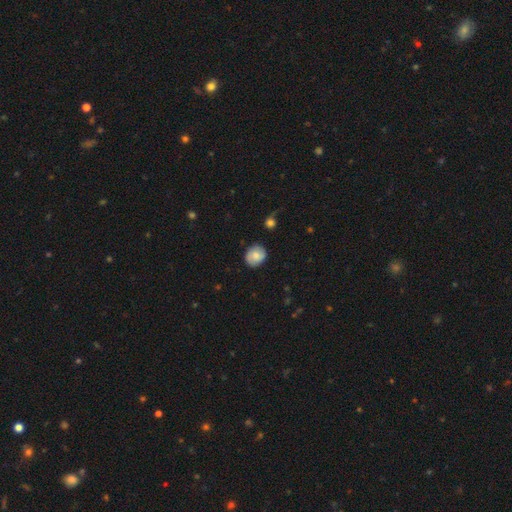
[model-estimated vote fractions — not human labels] Morphology: type=smooth (73%); roundness=round (75%); merging=none (83%).